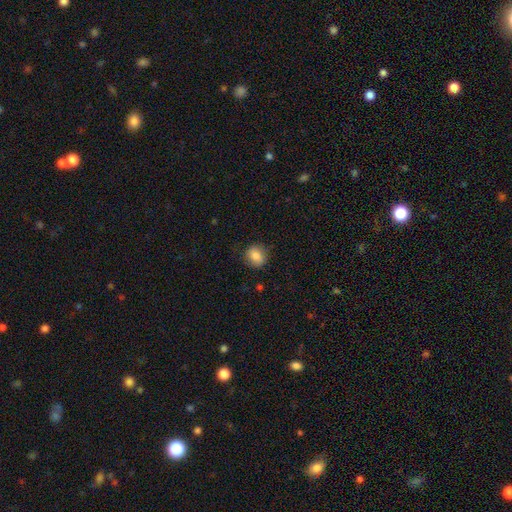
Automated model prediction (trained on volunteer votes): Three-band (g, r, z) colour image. It shows a smooth galaxy with no disk features (83%) that is round (67%). Merging: none (82%).